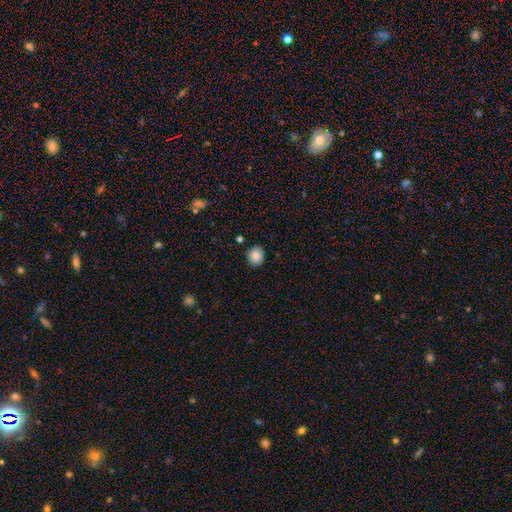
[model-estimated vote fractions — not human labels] The model was most divided on "how rounded": round: 66%, in between: 33%, cigar-shaped: 1%. More confident: merging — none (88%); smooth or featured — smooth (86%).